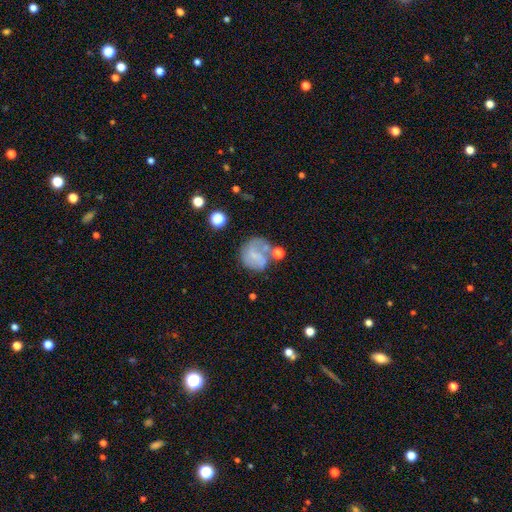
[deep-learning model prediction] This appears to be a smooth galaxy with no disk features (50%) that is round (80%). Merging: none (42%).